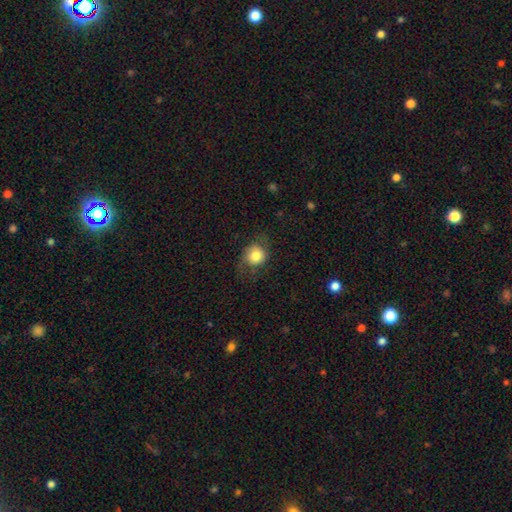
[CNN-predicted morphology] This is likely a smooth galaxy (78%). How rounded: likely round (76%). Merging: likely none (63%).